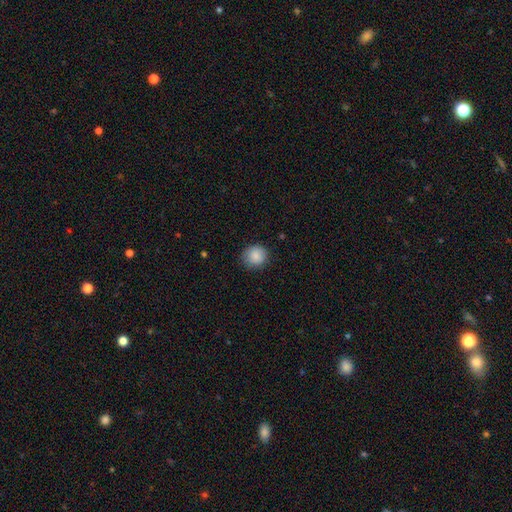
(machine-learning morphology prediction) Overall: smooth (87%). How rounded: round (88%). Merging: none (85%).